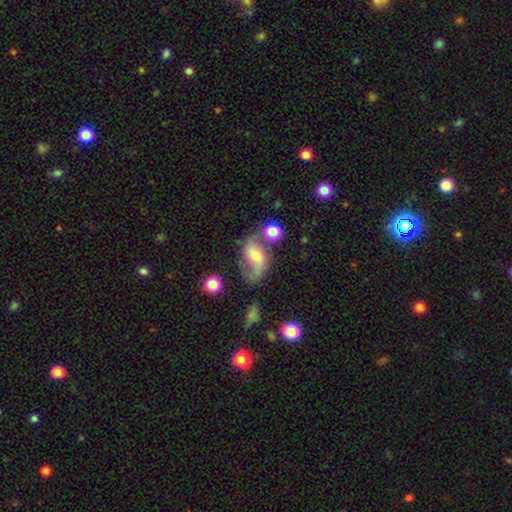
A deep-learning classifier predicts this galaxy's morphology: Smooth or featured: featured or disk — 61% (smooth — 30%)
Edge-on disk: no — 96% (yes — 4%)
Bar: no — 44% (weak — 39%)
Spiral arms: yes — 83% (no — 17%)
Bulge size: moderate — 49% (small — 38%)
Merging: none — 41% (merger — 22%)